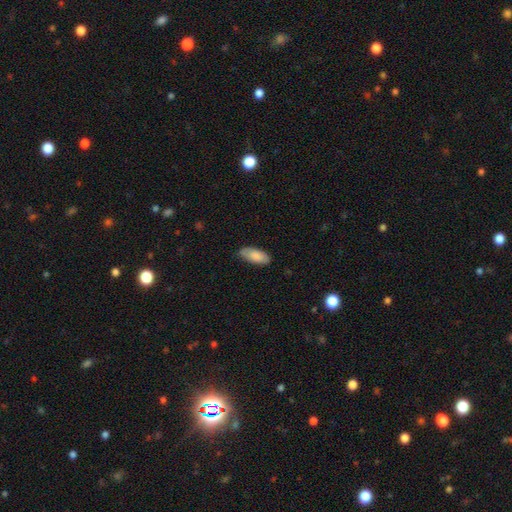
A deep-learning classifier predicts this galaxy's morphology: Smooth or featured? smooth (84%)
How rounded? in between (86%)
Merging? none (75%)